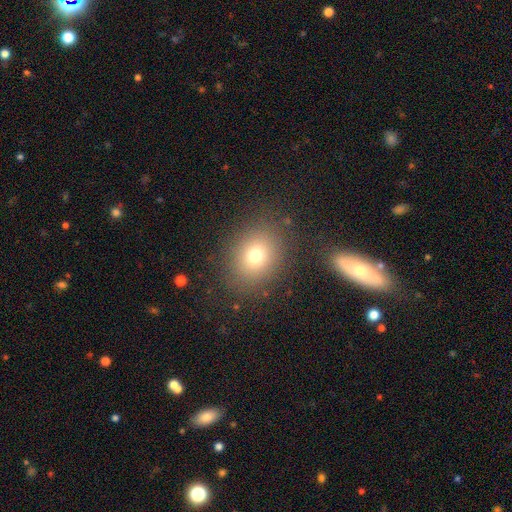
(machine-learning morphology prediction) type=smooth (74%); roundness=round (59%); merging=none (84%).